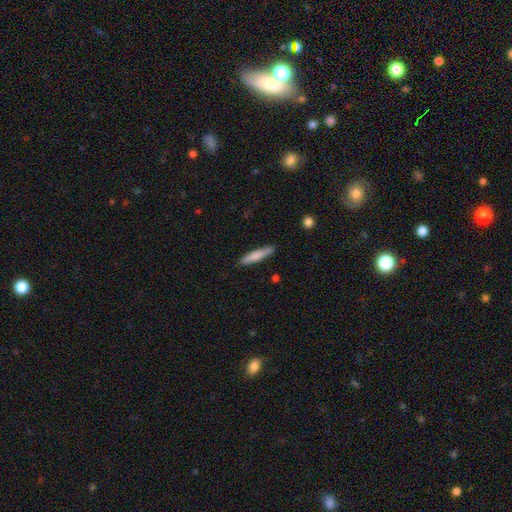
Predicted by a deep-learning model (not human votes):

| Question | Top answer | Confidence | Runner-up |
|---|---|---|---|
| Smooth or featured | smooth | 76% | featured or disk (19%) |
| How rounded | cigar-shaped | 89% | in between (9%) |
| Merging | none | 86% | minor disturbance (11%) |